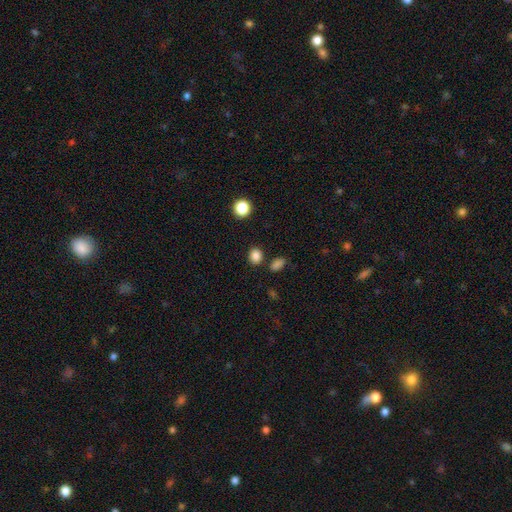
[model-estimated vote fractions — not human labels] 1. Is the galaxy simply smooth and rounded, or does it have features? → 84% smooth, 12% star or artifact, 4% featured or disk.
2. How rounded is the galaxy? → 61% round, 38% in between, 1% cigar-shaped.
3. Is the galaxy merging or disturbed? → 83% none, 8% minor disturbance, 5% merger, 3% major disturbance.